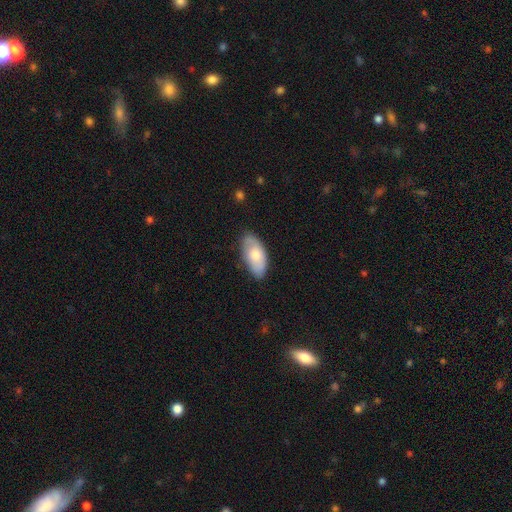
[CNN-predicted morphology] Smooth or featured: smooth — 71% (featured or disk — 23%)
How rounded: in between — 93% (cigar-shaped — 4%)
Merging: none — 74% (minor disturbance — 21%)